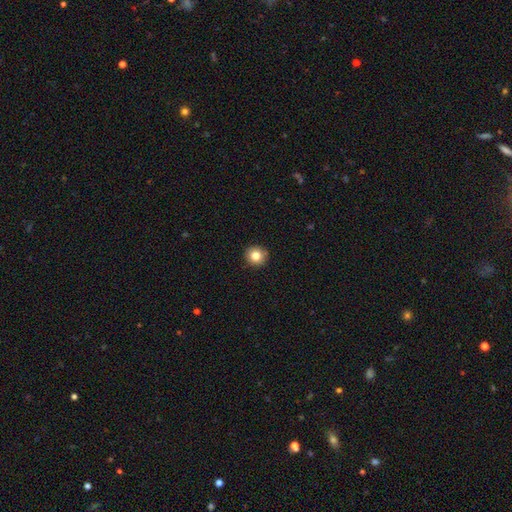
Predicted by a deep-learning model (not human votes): smooth-or-featured: smooth: 82% | star or artifact: 11% | featured or disk: 8%
  how-rounded: round: 94% | in between: 5% | cigar-shaped: 1%
  merging: none: 91% | minor disturbance: 6% | major disturbance: 2% | merger: 1%